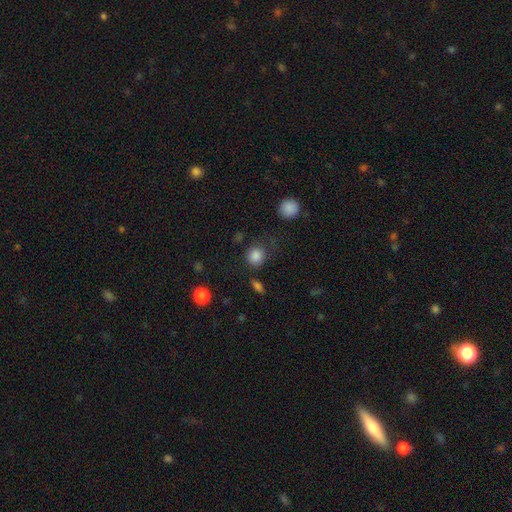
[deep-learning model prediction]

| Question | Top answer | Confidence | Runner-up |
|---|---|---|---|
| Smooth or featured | smooth | 84% | star or artifact (11%) |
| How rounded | round | 84% | in between (15%) |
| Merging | none | 75% | minor disturbance (14%) |